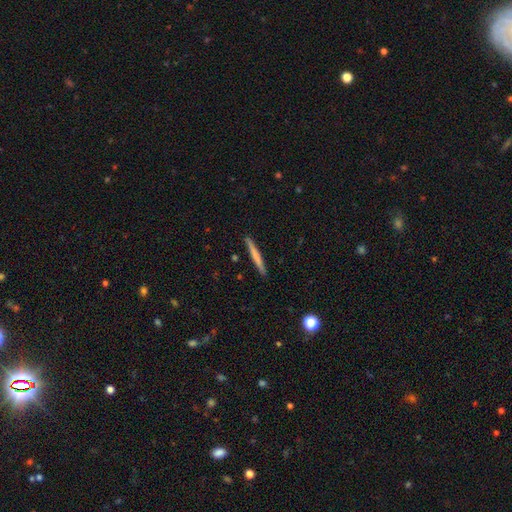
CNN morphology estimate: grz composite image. It shows a smooth galaxy with no disk features (64%) that is cigar-shaped (97%). Merging: none (91%).